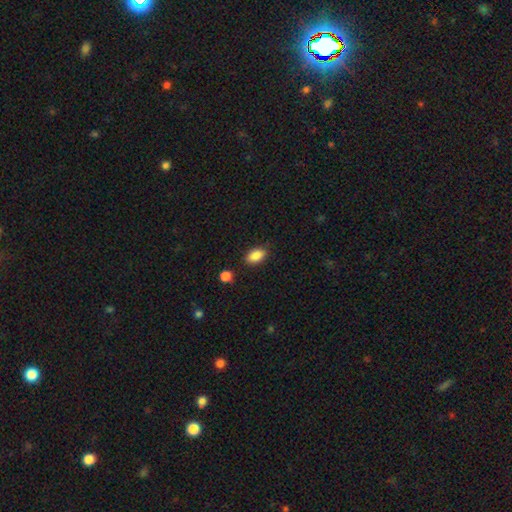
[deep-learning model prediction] Smooth or featured: smooth — 87% (star or artifact — 8%)
How rounded: in between — 90% (round — 7%)
Merging: none — 84% (minor disturbance — 11%)